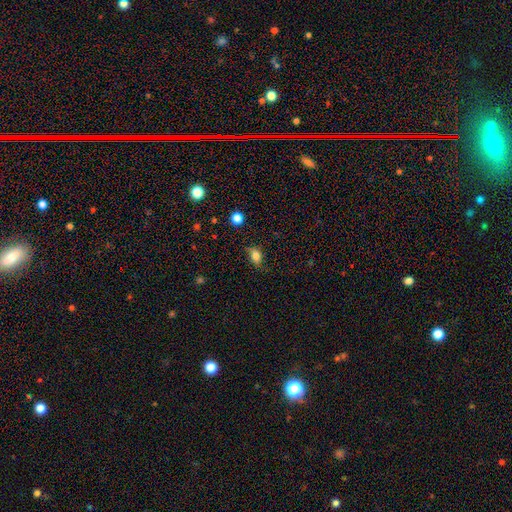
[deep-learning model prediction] Morphology: type=smooth (79%); roundness=in between (74%); merging=none (72%).